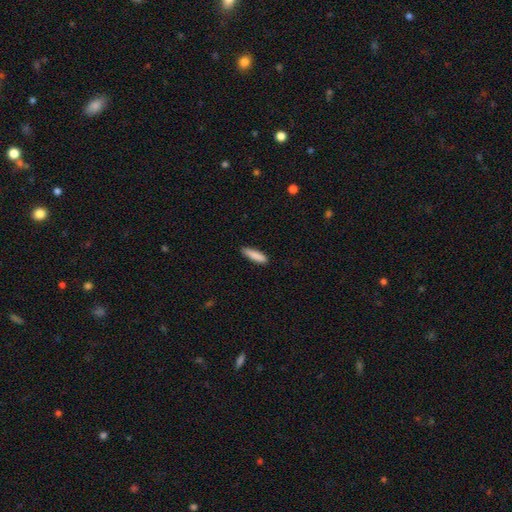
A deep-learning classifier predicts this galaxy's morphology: Smooth or featured? smooth (88%)
How rounded? cigar-shaped (73%)
Merging? none (87%)